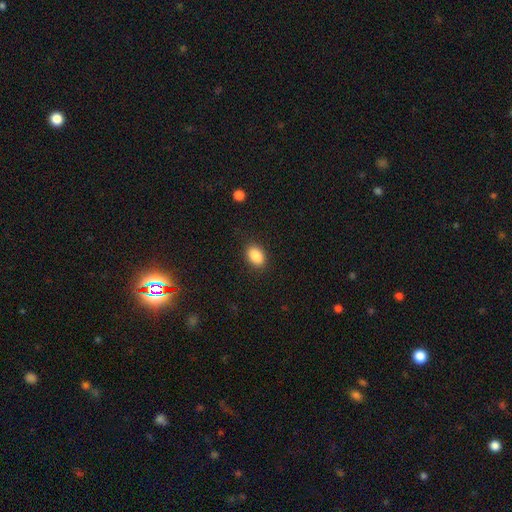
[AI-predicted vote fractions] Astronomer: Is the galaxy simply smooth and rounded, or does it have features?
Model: smooth — 88%.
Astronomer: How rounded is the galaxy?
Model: in between — 86%.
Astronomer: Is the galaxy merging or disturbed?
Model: none — 87%.